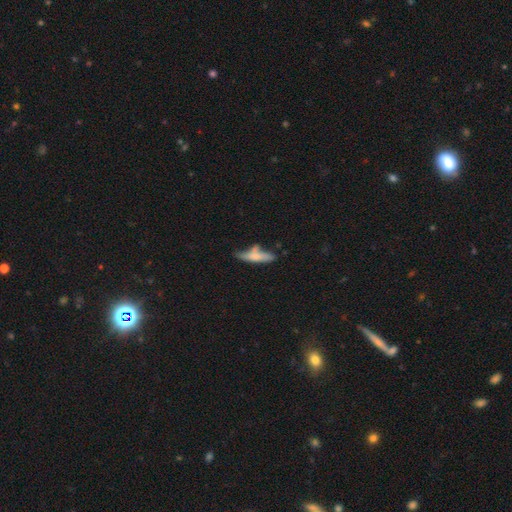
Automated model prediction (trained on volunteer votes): Q: Smooth or featured?
A: smooth (64%); runner-up: featured or disk (28%)
Q: How rounded?
A: cigar-shaped (74%); runner-up: in between (23%)
Q: Merging?
A: none (48%); runner-up: minor disturbance (22%)